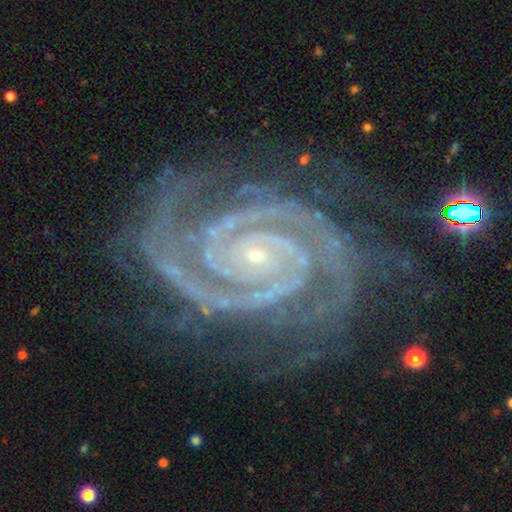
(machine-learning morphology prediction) Q: Smooth or featured?
A: featured or disk (93%); runner-up: star or artifact (5%)
Q: Edge-on disk?
A: no (98%); runner-up: yes (2%)
Q: Bar?
A: no (65%); runner-up: weak (21%)
Q: Spiral arms?
A: yes (99%); runner-up: no (1%)
Q: Spiral winding?
A: tight (83%); runner-up: medium (15%)
Q: Spiral arm count?
A: 2 (68%); runner-up: 3 (13%)
Q: Bulge size?
A: small (88%); runner-up: moderate (8%)
Q: Merging?
A: none (72%); runner-up: minor disturbance (19%)